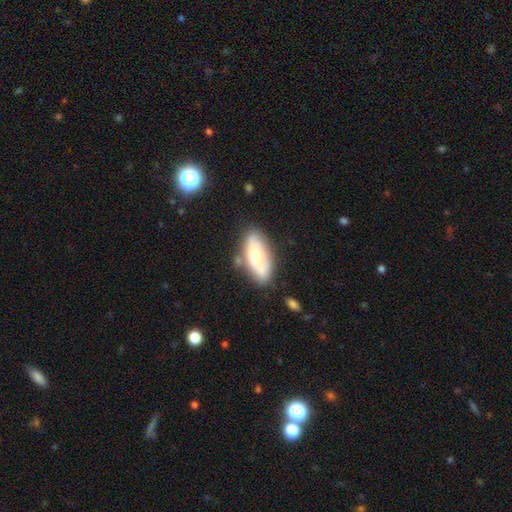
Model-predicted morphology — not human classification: Smooth or featured: smooth — 54% (featured or disk — 39%)
How rounded: in between — 84% (cigar-shaped — 13%)
Merging: none — 64% (minor disturbance — 21%)